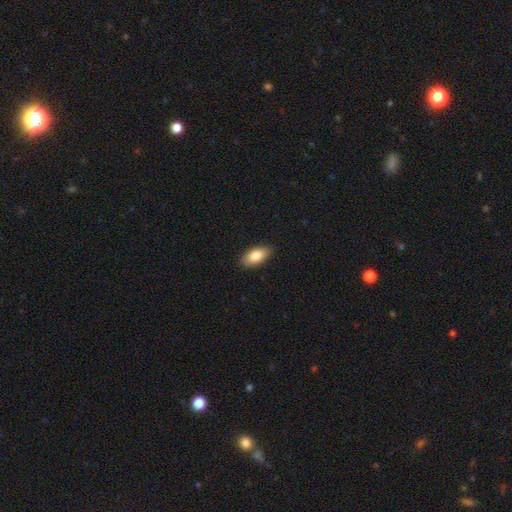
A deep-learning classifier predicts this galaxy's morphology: This appears to be a smooth galaxy with no disk features (83%) that is in between round and cigar-shaped (92%). Merging: none (88%).